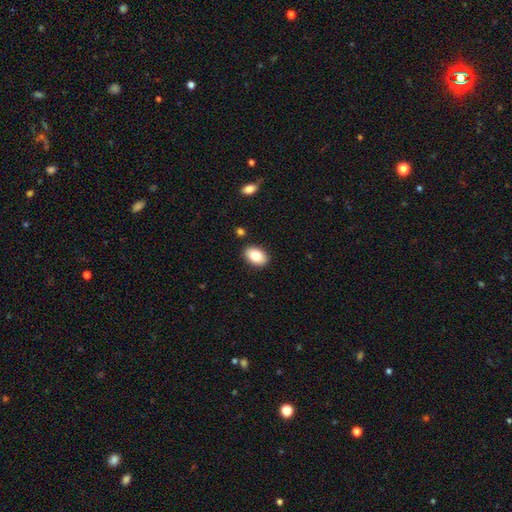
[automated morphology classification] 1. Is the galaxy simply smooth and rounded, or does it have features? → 81% smooth, 11% featured or disk, 7% star or artifact.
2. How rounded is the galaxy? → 87% in between, 12% round, 1% cigar-shaped.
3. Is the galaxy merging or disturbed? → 89% none, 8% minor disturbance, 2% major disturbance, 2% merger.